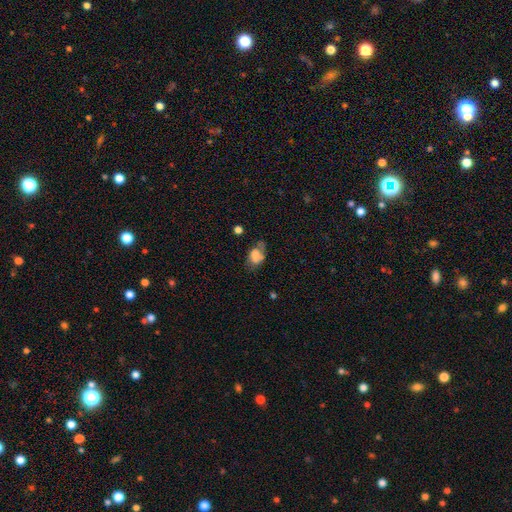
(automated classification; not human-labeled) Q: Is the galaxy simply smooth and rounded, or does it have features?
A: smooth — 65%.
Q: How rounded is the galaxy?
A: in between — 86%.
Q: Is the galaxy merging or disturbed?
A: none — 40%.